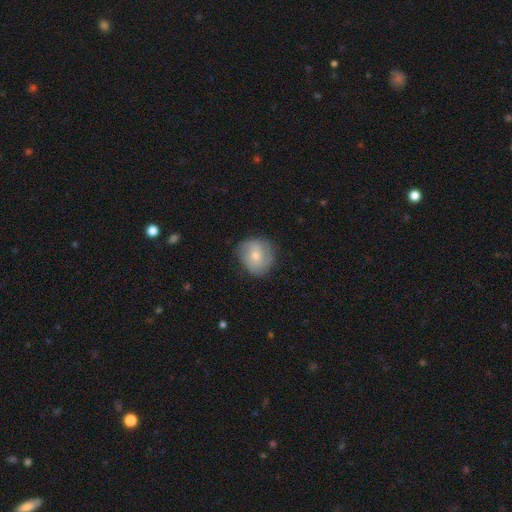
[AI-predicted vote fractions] smooth-or-featured: featured or disk: 58% | smooth: 35% | star or artifact: 6%
  disk-edge-on: no: 98% | yes: 2%
    bar: no: 72% | weak: 24% | strong: 4%
    has-spiral-arms: yes: 87% | no: 13%
    bulge-size: moderate: 54% | small: 42% | large: 2% | none: 1% | dominant: 1%
  merging: none: 76% | minor disturbance: 18% | major disturbance: 5% | merger: 1%